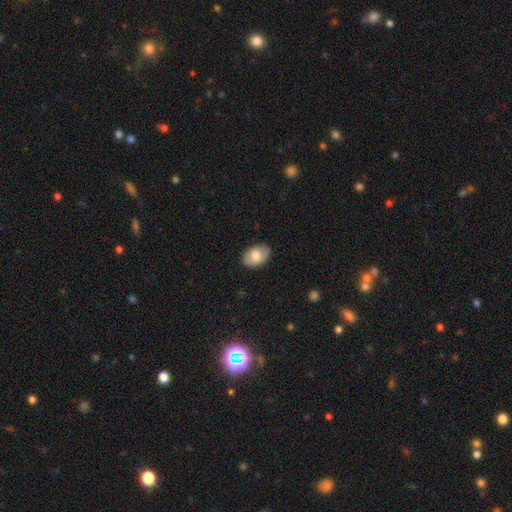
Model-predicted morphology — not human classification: Q: Smooth or featured?
A: smooth (74%); runner-up: featured or disk (20%)
Q: How rounded?
A: in between (87%); runner-up: round (12%)
Q: Merging?
A: none (86%); runner-up: minor disturbance (10%)